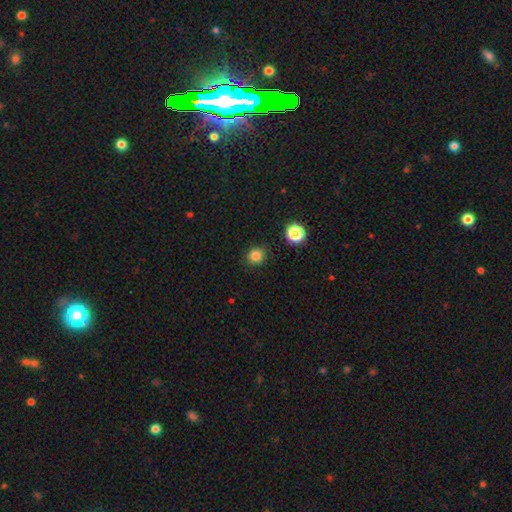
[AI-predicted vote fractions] smooth_or_featured: smooth (p=0.82) [alt: star or artifact p=0.14]
how_rounded: round (p=0.90) [alt: in between p=0.09]
merging: none (p=0.89) [alt: minor disturbance p=0.07]